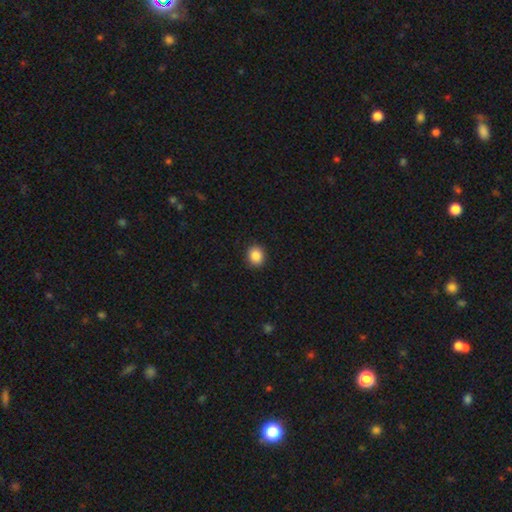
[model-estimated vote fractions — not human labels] smooth 87%, star or artifact 9%, featured or disk 3%. Down the decision tree: how rounded — round (74%); merging — none (91%).